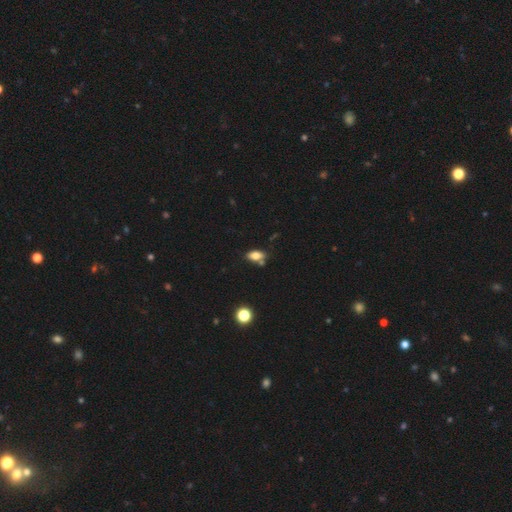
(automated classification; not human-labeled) smooth-or-featured: smooth: 78% | featured or disk: 12% | star or artifact: 10%
  how-rounded: in between: 88% | round: 7% | cigar-shaped: 5%
  merging: none: 63% | minor disturbance: 17% | merger: 16% | major disturbance: 4%